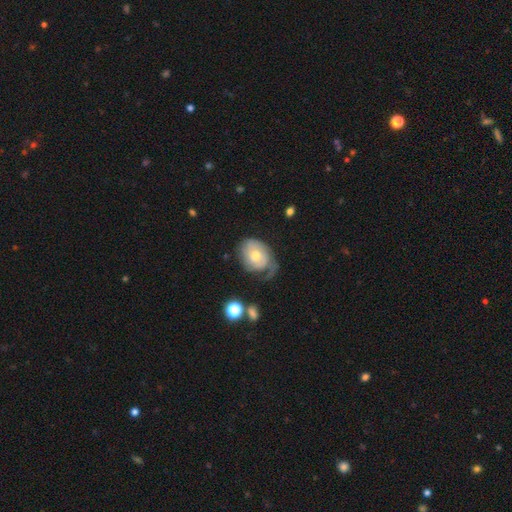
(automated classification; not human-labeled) This appears to be a featured or disk galaxy (54%) with no bar (77%), spiral arms (75%) and a moderate central bulge (61%). Merging: none (40%).